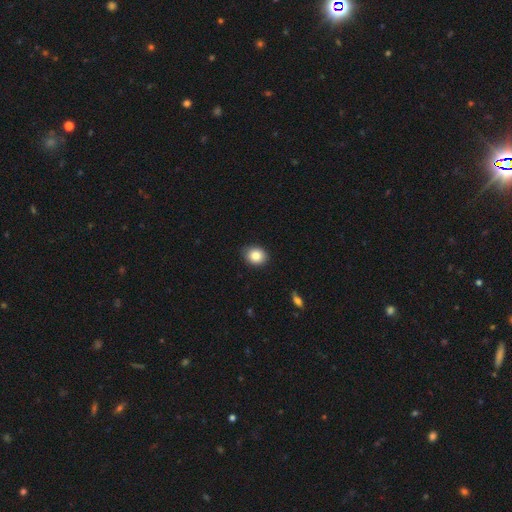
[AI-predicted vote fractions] smooth-or-featured: smooth: 85% | star or artifact: 9% | featured or disk: 6%
  how-rounded: round: 63% | in between: 36% | cigar-shaped: 1%
  merging: none: 88% | minor disturbance: 10% | major disturbance: 2% | merger: 1%